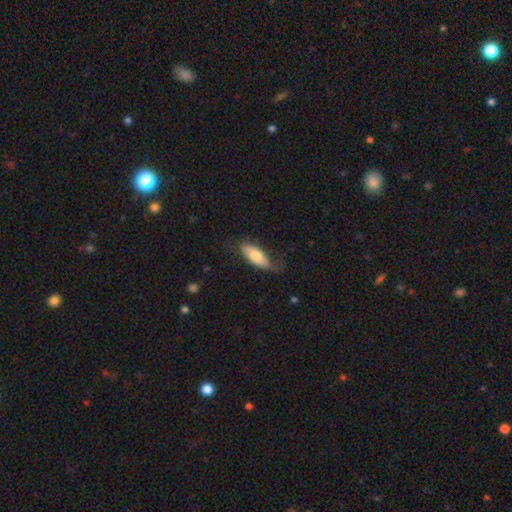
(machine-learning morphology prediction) Smooth or featured? Predicted: smooth (p=0.72). How rounded? Predicted: in between (p=0.78). Merging? Predicted: none (p=0.59).